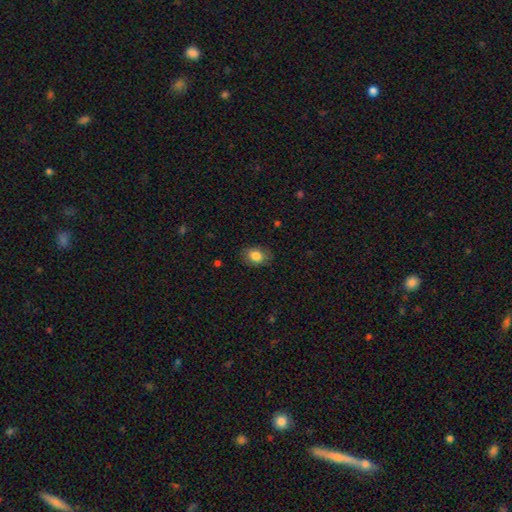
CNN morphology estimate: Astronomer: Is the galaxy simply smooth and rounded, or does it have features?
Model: smooth — 84%.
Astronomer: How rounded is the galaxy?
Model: in between — 73%.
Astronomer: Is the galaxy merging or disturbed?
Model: none — 82%.